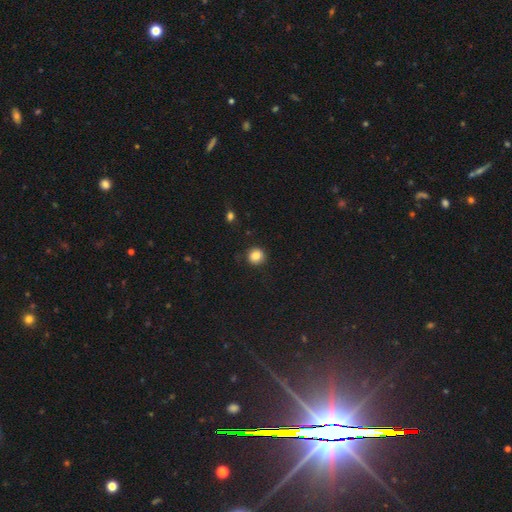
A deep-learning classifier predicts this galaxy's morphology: Q: Smooth or featured?
A: smooth (85%); runner-up: star or artifact (11%)
Q: How rounded?
A: round (89%); runner-up: in between (10%)
Q: Merging?
A: none (86%); runner-up: minor disturbance (9%)